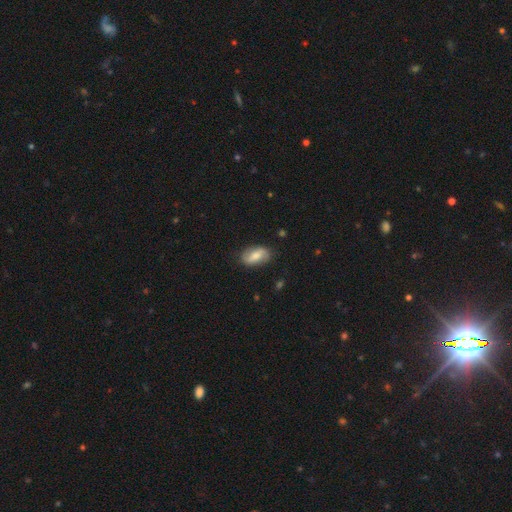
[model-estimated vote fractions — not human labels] A smooth galaxy with no disk features (51%) that is in between round and cigar-shaped (90%). Merging: none (79%).